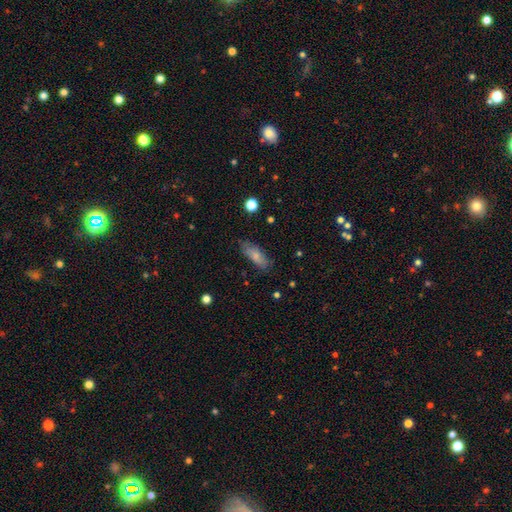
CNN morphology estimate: The model was most divided on "how rounded": in between: 70%, cigar-shaped: 28%, round: 2%. More confident: merging — none (77%); smooth or featured — smooth (76%).